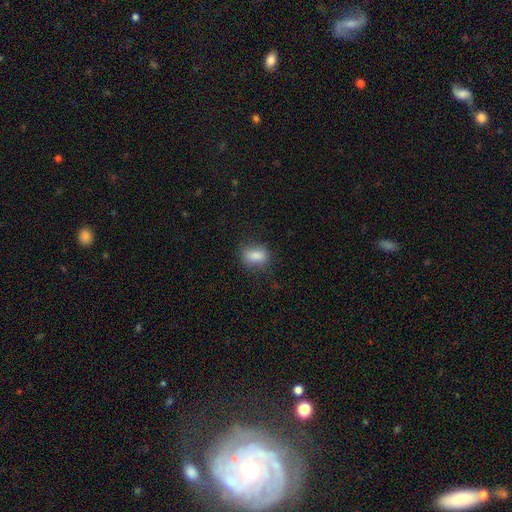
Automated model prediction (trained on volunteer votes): The model was most divided on "merging": none: 78%, minor disturbance: 16%, major disturbance: 5%, merger: 1%. More confident: smooth or featured — smooth (84%); how rounded — in between (79%).